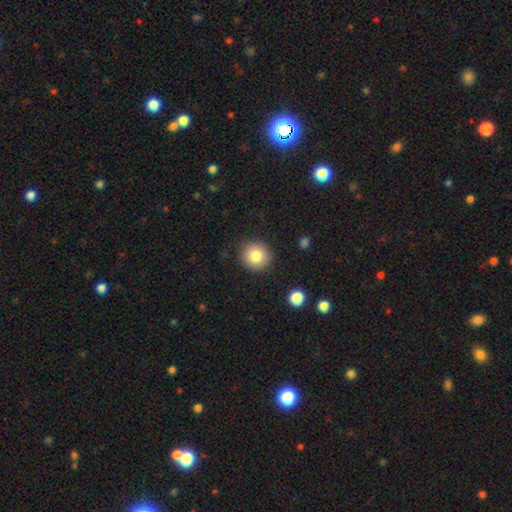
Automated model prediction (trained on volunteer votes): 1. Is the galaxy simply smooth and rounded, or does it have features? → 81% smooth, 10% star or artifact, 9% featured or disk.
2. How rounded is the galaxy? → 93% round, 6% in between, 1% cigar-shaped.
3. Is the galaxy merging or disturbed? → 89% none, 7% minor disturbance, 2% major disturbance, 1% merger.